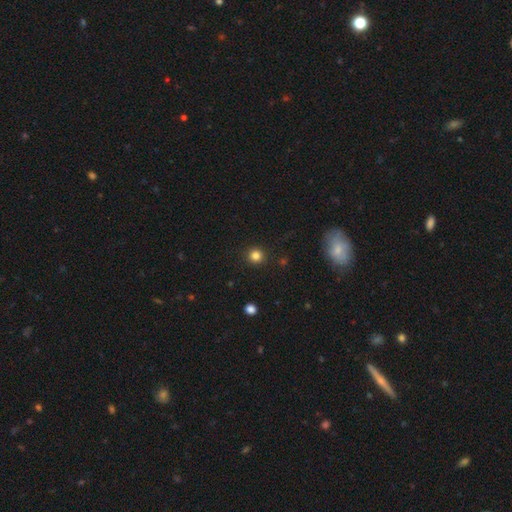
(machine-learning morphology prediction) This appears to be a smooth galaxy with no disk features (83%) that is round (94%). Merging: none (92%).